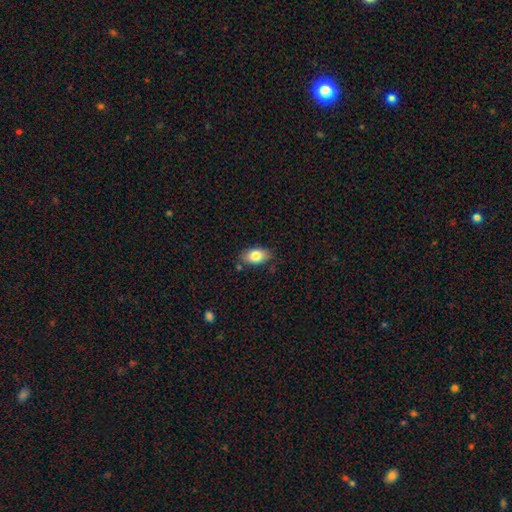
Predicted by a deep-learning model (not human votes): Smooth or featured? Predicted: smooth (p=0.82). How rounded? Predicted: in between (p=0.91). Merging? Predicted: none (p=0.79).